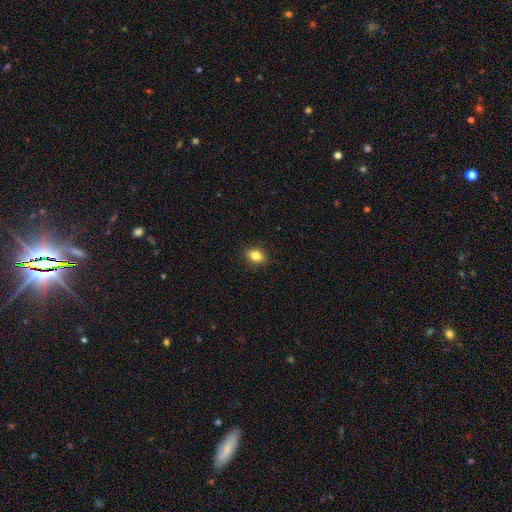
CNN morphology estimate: The model was most divided on "how rounded": in between: 74%, round: 25%, cigar-shaped: 2%. More confident: merging — none (89%); smooth or featured — smooth (84%).